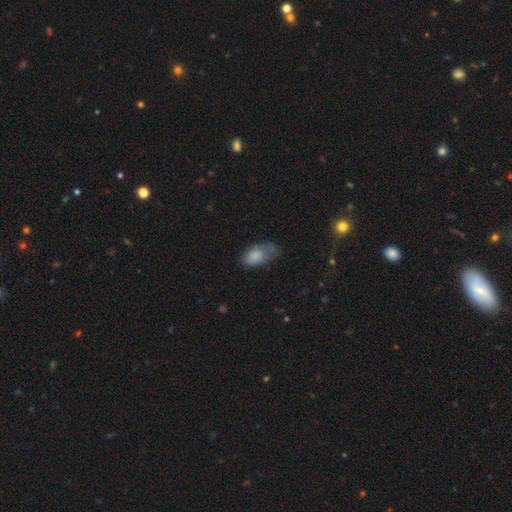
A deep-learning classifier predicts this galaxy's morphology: smooth 80%, featured or disk 12%, star or artifact 7%. Down the decision tree: how rounded — in between (93%); merging — none (45%).